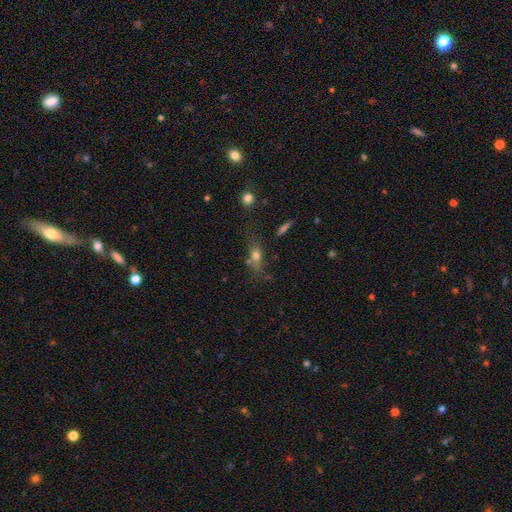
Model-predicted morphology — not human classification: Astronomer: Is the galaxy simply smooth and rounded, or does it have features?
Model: smooth — 61%.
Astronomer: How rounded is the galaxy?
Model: in between — 58%.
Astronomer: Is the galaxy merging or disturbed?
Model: none — 50%.